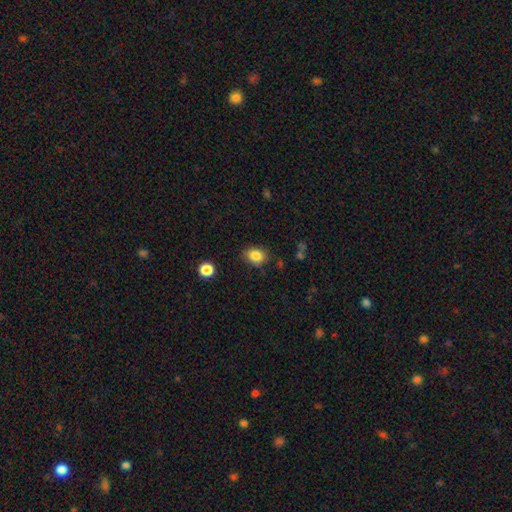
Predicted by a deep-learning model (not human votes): smooth-or-featured: smooth: 84% | star or artifact: 10% | featured or disk: 6%
  how-rounded: in between: 55% | round: 44% | cigar-shaped: 1%
  merging: none: 78% | minor disturbance: 16% | major disturbance: 4% | merger: 2%